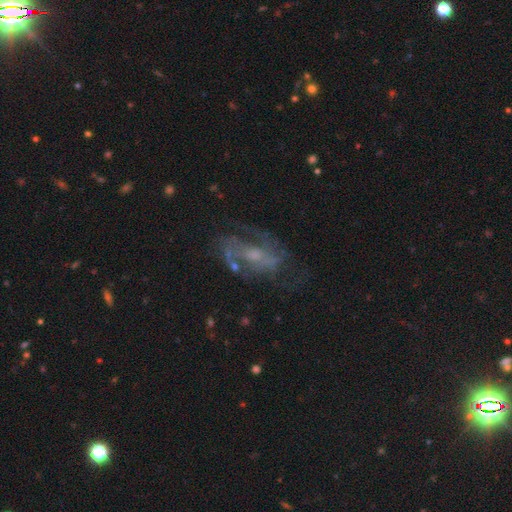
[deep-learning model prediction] Smooth or featured?
  - featured or disk: 74% *
  - smooth: 15%
  - star or artifact: 11%
Edge-on disk?
  - no: 94% *
  - yes: 6%
Bar?
  - no: 47% *
  - weak: 40%
  - strong: 14%
Spiral arms?
  - yes: 78% *
  - no: 22%
Spiral winding?
  - medium: 47% *
  - loose: 29%
  - tight: 24%
Spiral arm count?
  - 2: 61% *
  - can't tell: 23%
  - 3: 6%
  - 1: 5%
  - 4: 3%
  - more than 4: 2%
Bulge size?
  - small: 45% *
  - moderate: 37%
  - none: 12%
  - large: 4%
  - dominant: 1%
Merging?
  - none: 58% *
  - minor disturbance: 20%
  - major disturbance: 18%
  - merger: 4%